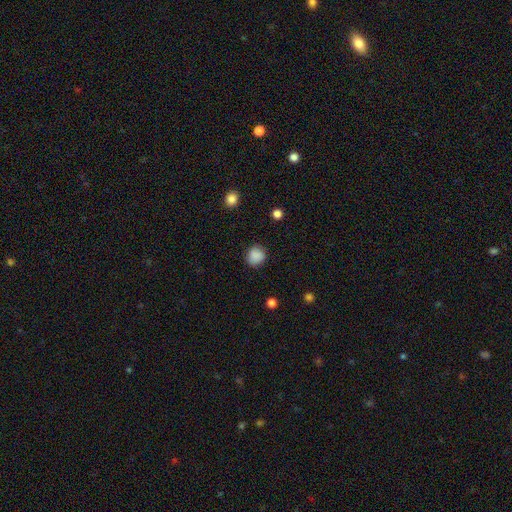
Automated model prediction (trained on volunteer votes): Smooth or featured: smooth — 87% (star or artifact — 9%)
How rounded: round — 84% (in between — 15%)
Merging: none — 84% (minor disturbance — 11%)